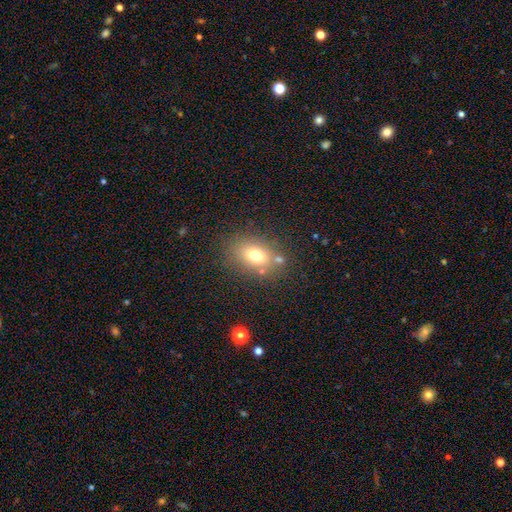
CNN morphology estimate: smooth_or_featured: smooth (p=0.73) [alt: featured or disk p=0.14]
how_rounded: in between (p=0.69) [alt: round p=0.29]
merging: none (p=0.74) [alt: minor disturbance p=0.13]